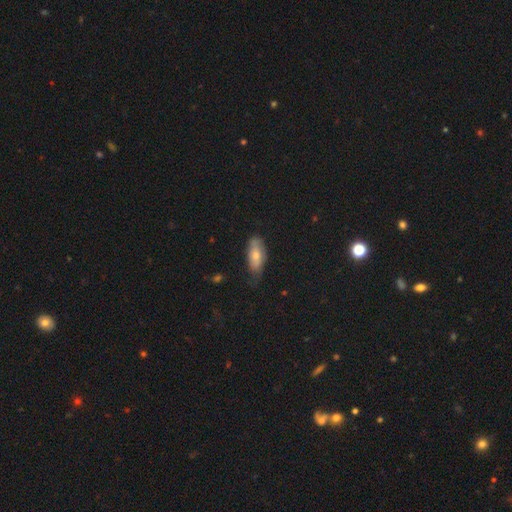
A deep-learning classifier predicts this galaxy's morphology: Q: Smooth or featured?
A: smooth (68%); runner-up: featured or disk (26%)
Q: How rounded?
A: in between (85%); runner-up: cigar-shaped (12%)
Q: Merging?
A: none (54%); runner-up: minor disturbance (35%)